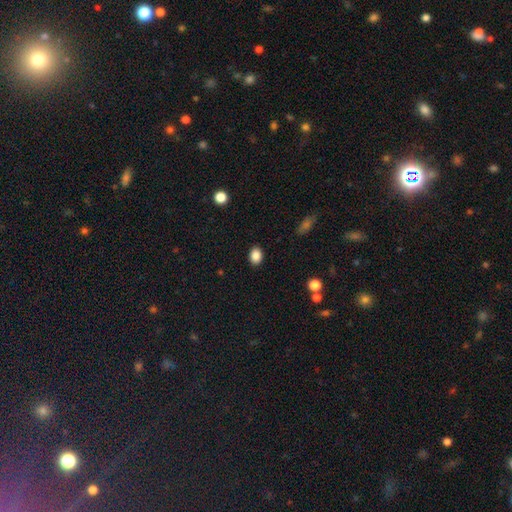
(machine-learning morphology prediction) smooth 87%, star or artifact 9%, featured or disk 4%. Down the decision tree: how rounded — in between (71%); merging — none (89%).